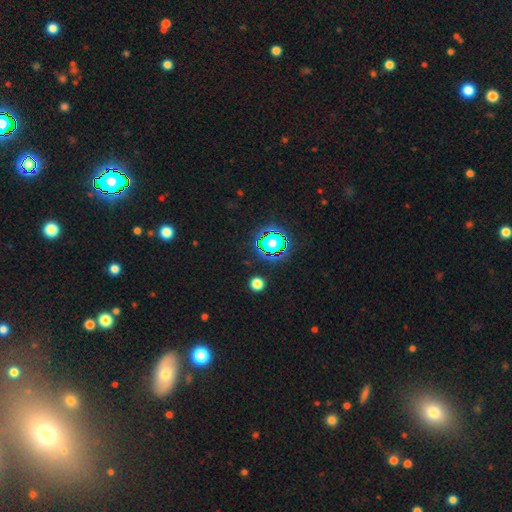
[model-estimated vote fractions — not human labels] smooth-or-featured: star or artifact: 67% | smooth: 20% | featured or disk: 12%